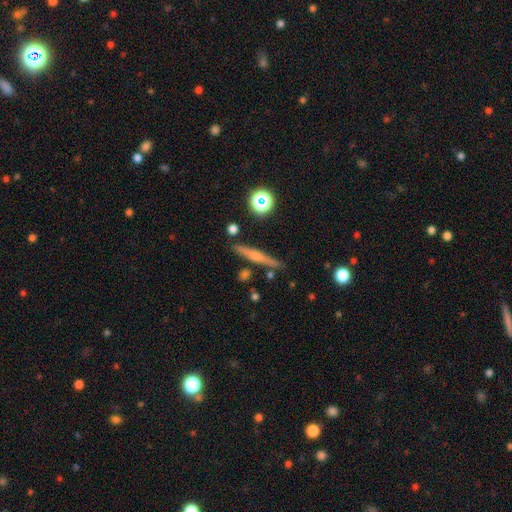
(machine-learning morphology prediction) Smooth or featured?
  - featured or disk: 64% *
  - smooth: 26%
  - star or artifact: 10%
Edge-on disk?
  - yes: 97% *
  - no: 3%
Edge-on bulge?
  - rounded: 78% *
  - none: 15%
  - boxy: 6%
Merging?
  - none: 87% *
  - minor disturbance: 8%
  - merger: 3%
  - major disturbance: 2%